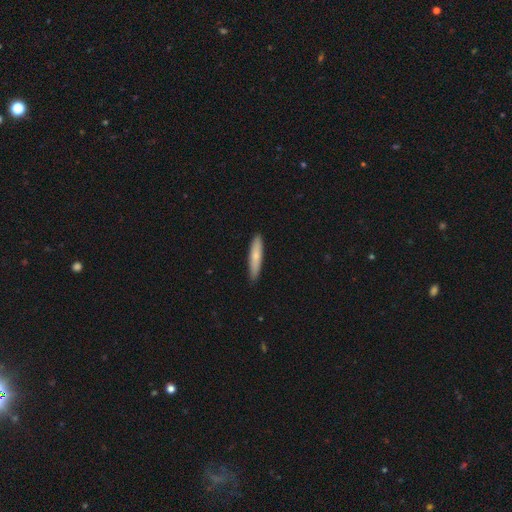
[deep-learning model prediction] This appears to be a smooth galaxy with no disk features (72%) that is cigar-shaped (87%). Merging: none (88%).